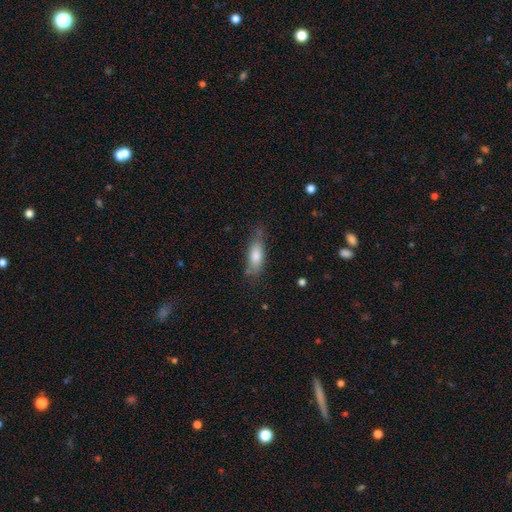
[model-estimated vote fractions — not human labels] Smooth or featured?
  - smooth: 74% *
  - featured or disk: 19%
  - star or artifact: 7%
How rounded?
  - in between: 69% *
  - cigar-shaped: 29%
  - round: 3%
Merging?
  - none: 64% *
  - minor disturbance: 27%
  - major disturbance: 7%
  - merger: 3%